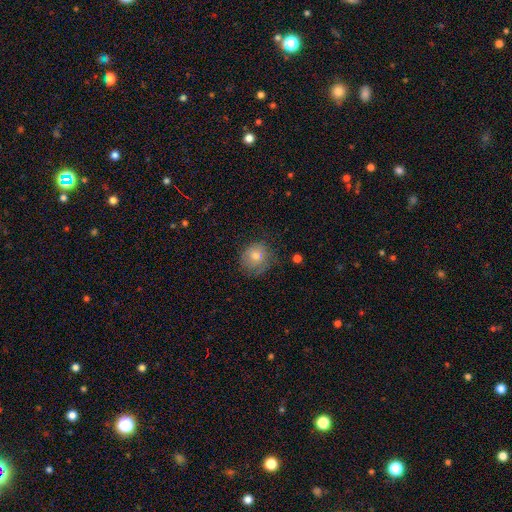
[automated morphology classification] A smooth galaxy with no disk features (66%) that is round (80%).

Vote fractions:
- Smooth or featured? smooth: 66% / featured or disk: 23% / star or artifact: 11%
- How rounded? round: 80% / in between: 19% / cigar-shaped: 1%
- Merging? none: 63% / minor disturbance: 25% / major disturbance: 11% / merger: 1%